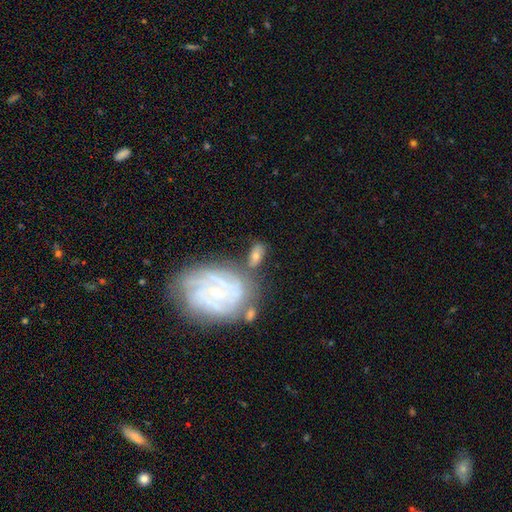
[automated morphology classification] Smooth or featured? featured or disk (51%)
Edge-on disk? no (90%)
Merging? none (57%)